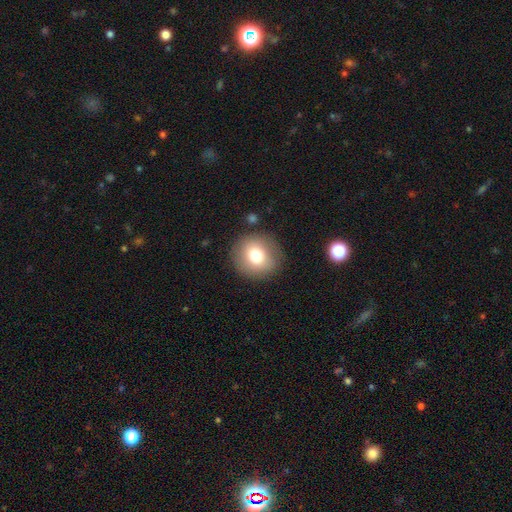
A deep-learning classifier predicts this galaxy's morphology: A smooth galaxy with no disk features (75%) that is round (88%).

Vote fractions:
- Smooth or featured? smooth: 75% / featured or disk: 15% / star or artifact: 10%
- How rounded? round: 88% / in between: 11% / cigar-shaped: 1%
- Merging? none: 86% / minor disturbance: 9% / major disturbance: 3% / merger: 2%